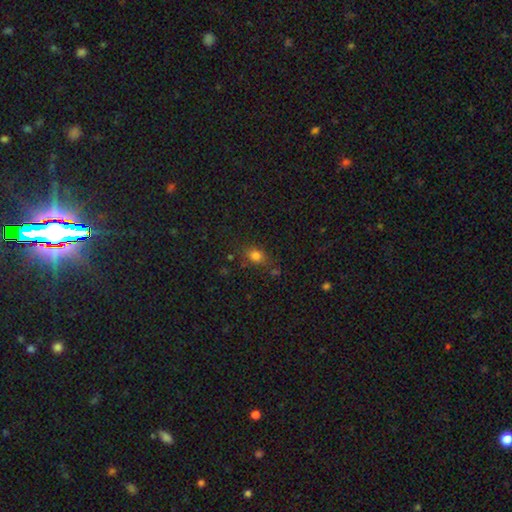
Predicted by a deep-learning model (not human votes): smooth-or-featured: smooth: 78% | star or artifact: 15% | featured or disk: 7%
  how-rounded: in between: 58% | round: 40% | cigar-shaped: 3%
  merging: none: 73% | minor disturbance: 17% | major disturbance: 5% | merger: 5%